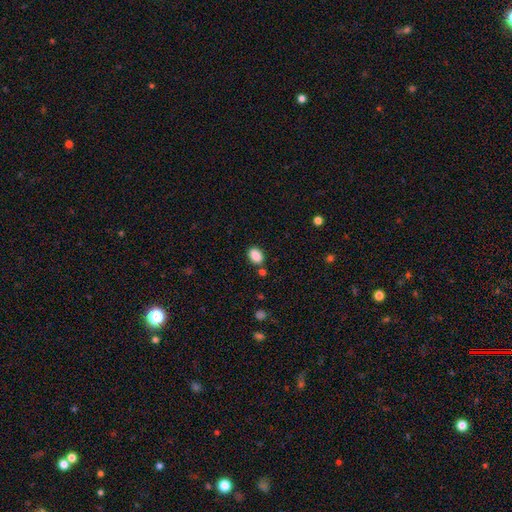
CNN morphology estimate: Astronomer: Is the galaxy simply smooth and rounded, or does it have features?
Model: smooth — 88%.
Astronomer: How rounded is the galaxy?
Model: in between — 78%.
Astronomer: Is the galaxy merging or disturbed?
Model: none — 79%.